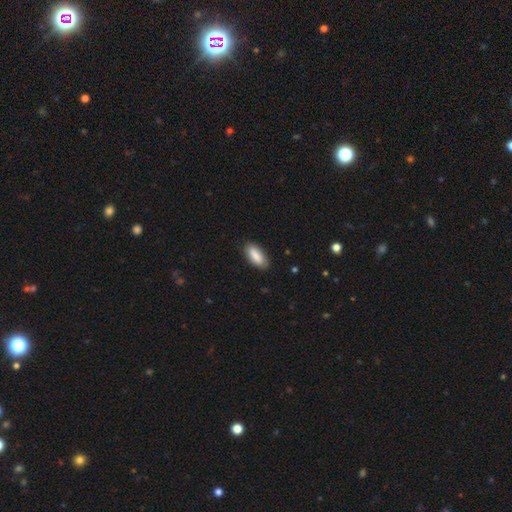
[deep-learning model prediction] smooth 85%, featured or disk 10%, star or artifact 6%. Down the decision tree: how rounded — in between (85%); merging — none (84%).